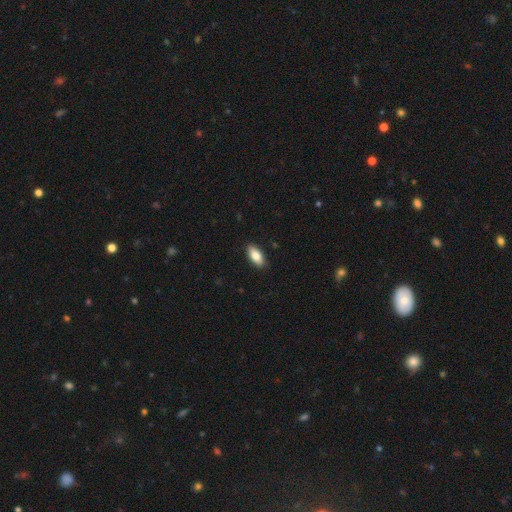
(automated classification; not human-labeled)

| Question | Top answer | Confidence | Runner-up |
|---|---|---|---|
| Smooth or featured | smooth | 82% | featured or disk (12%) |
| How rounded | in between | 87% | cigar-shaped (11%) |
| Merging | none | 89% | minor disturbance (8%) |